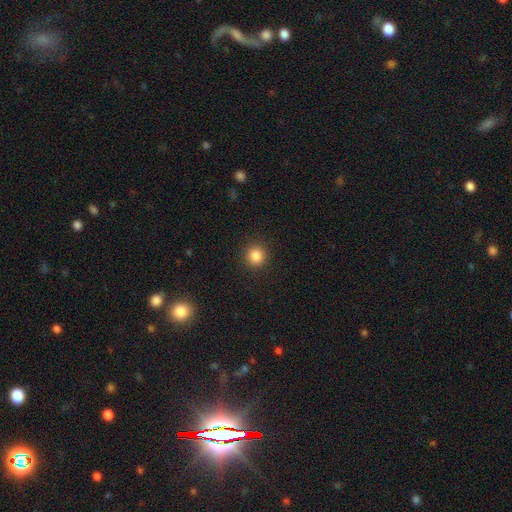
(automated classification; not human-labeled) smooth-or-featured: smooth: 85% | star or artifact: 11% | featured or disk: 4%
  how-rounded: round: 93% | in between: 6% | cigar-shaped: 1%
  merging: none: 91% | minor disturbance: 5% | major disturbance: 2% | merger: 1%